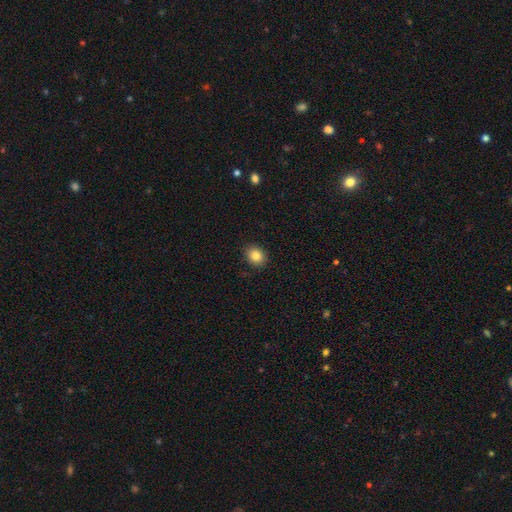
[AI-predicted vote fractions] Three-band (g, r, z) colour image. It shows a smooth galaxy with no disk features (85%) that is round (53%). Merging: none (90%).